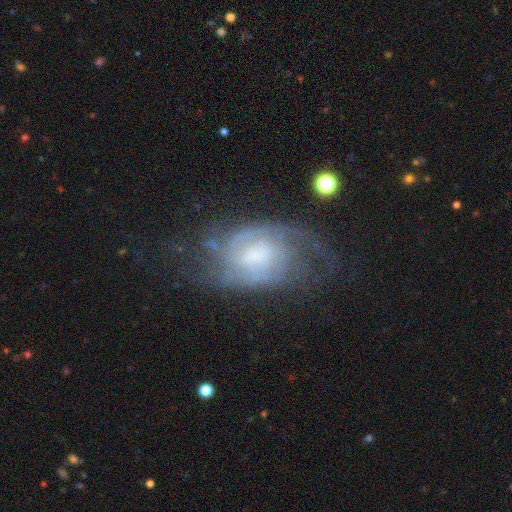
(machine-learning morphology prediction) smooth_or_featured: featured or disk (p=0.79) [alt: smooth p=0.13]
disk_edge_on: no (p=0.96) [alt: yes p=0.04]
bar: no (p=0.48) [alt: weak p=0.44]
has_spiral_arms: yes (p=0.91) [alt: no p=0.09]
spiral_winding: tight (p=0.42) [tied with: medium p=0.42]
spiral_arm_count: 2 (p=0.41) [alt: can't tell p=0.33]
bulge_size: moderate (p=0.36) [alt: small p=0.28]
merging: none (p=0.54) [alt: minor disturbance p=0.23]